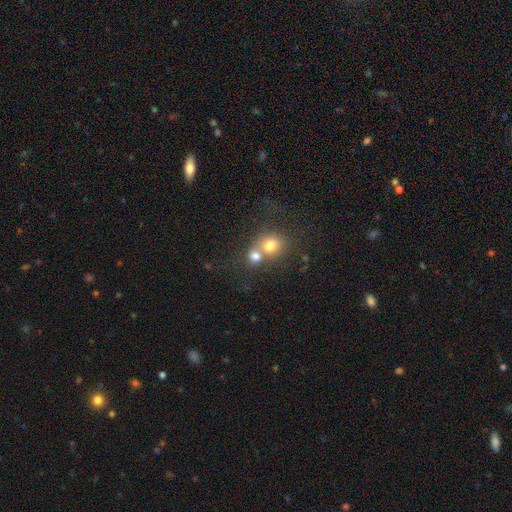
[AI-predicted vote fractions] smooth-or-featured: smooth: 62% | star or artifact: 22% | featured or disk: 16%
  how-rounded: round: 81% | in between: 18% | cigar-shaped: 1%
  merging: merger: 52% | none: 37% | minor disturbance: 7% | major disturbance: 4%